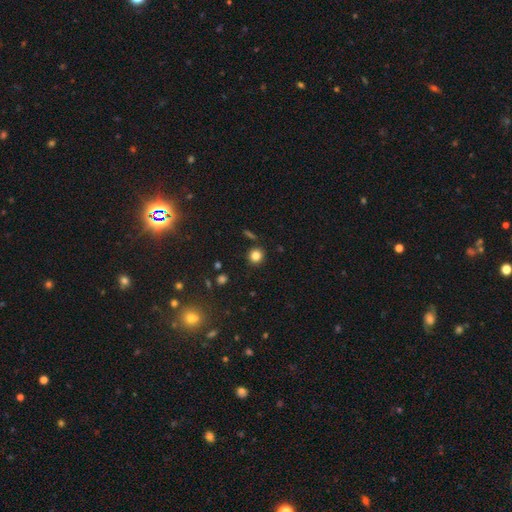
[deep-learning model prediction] smooth_or_featured: smooth (p=0.82) [alt: star or artifact p=0.12]
how_rounded: round (p=0.91) [alt: in between p=0.08]
merging: none (p=0.88) [alt: minor disturbance p=0.07]